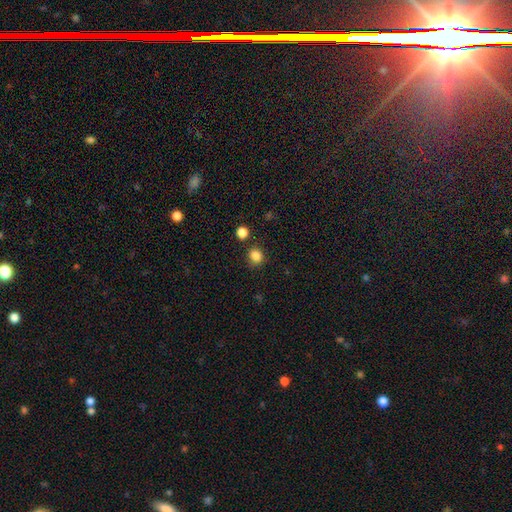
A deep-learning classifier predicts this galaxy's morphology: This is clearly a smooth galaxy (85%). How rounded: likely round (77%). Merging: clearly none (82%).